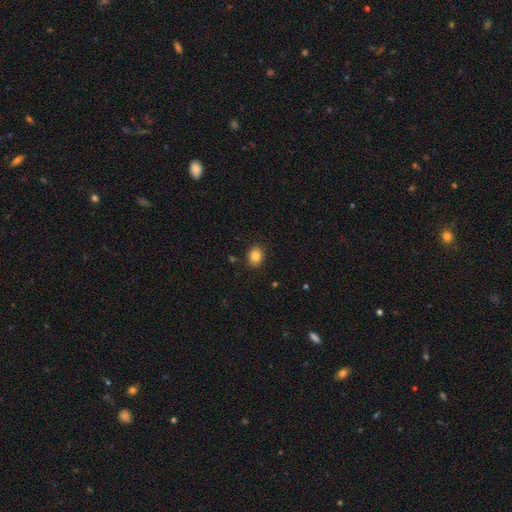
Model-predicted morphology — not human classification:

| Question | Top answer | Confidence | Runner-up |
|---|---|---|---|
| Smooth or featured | smooth | 84% | star or artifact (10%) |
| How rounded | round | 55% | in between (44%) |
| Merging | none | 89% | minor disturbance (8%) |